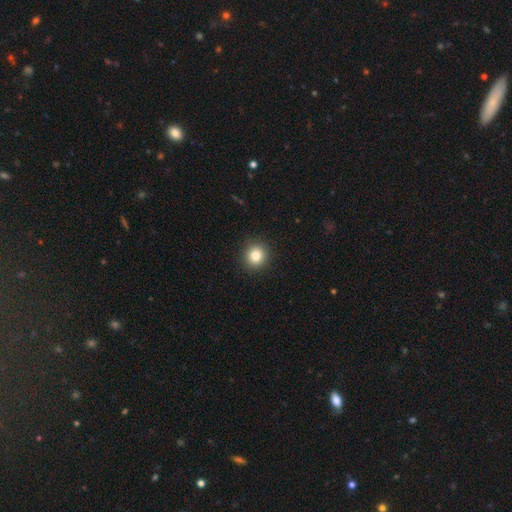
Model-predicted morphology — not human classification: A smooth galaxy with no disk features (82%) that is round (92%).

Vote fractions:
- Smooth or featured? smooth: 82% / star or artifact: 11% / featured or disk: 7%
- How rounded? round: 92% / in between: 7% / cigar-shaped: 1%
- Merging? none: 92% / minor disturbance: 5% / major disturbance: 2% / merger: 1%